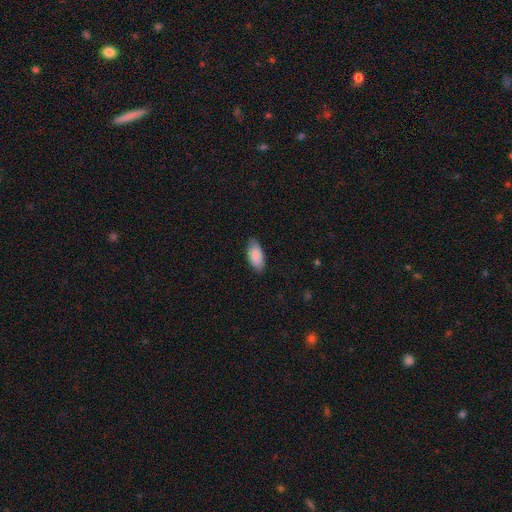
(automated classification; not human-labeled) smooth-or-featured: smooth: 88% | featured or disk: 6% | star or artifact: 6%
  how-rounded: in between: 90% | cigar-shaped: 8% | round: 2%
  merging: none: 80% | minor disturbance: 16% | major disturbance: 3% | merger: 1%